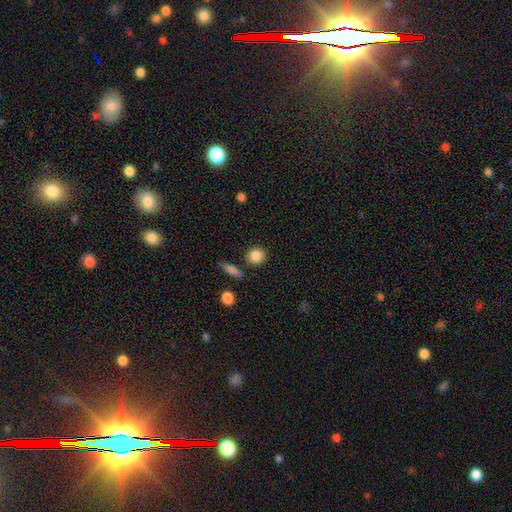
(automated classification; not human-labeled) A smooth galaxy with no disk features (86%) that is round (83%). Merging: none (85%).